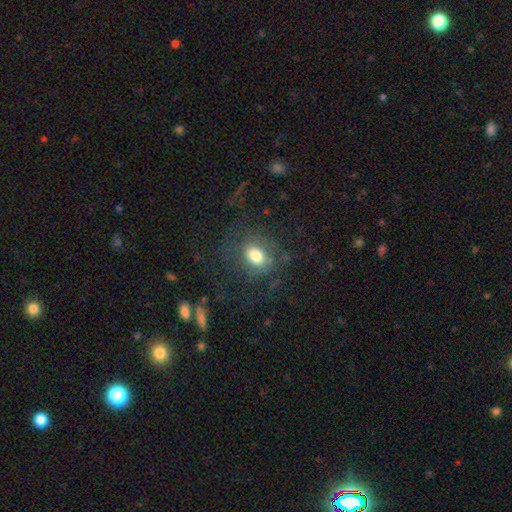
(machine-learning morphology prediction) Smooth or featured? smooth (59%)
How rounded? in between (50%)
Merging? none (66%)